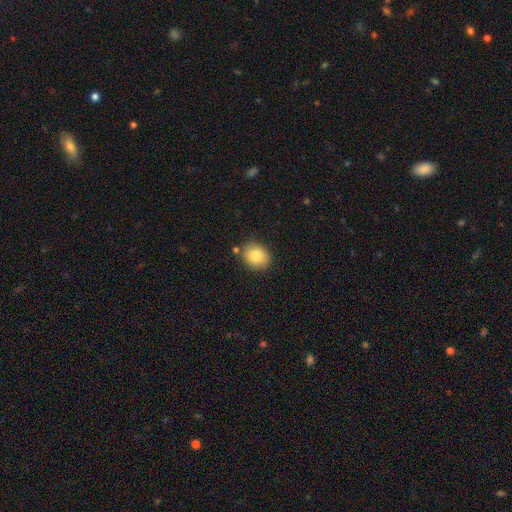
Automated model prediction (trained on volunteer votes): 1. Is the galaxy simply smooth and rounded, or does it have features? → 81% smooth, 9% featured or disk, 9% star or artifact.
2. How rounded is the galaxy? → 61% round, 38% in between, 1% cigar-shaped.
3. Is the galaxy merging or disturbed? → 81% none, 12% minor disturbance, 4% merger, 3% major disturbance.